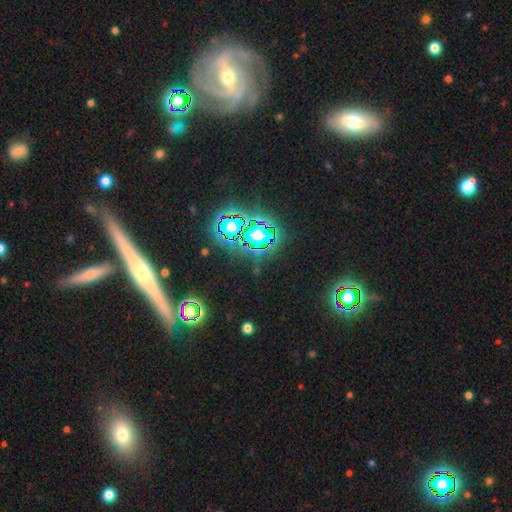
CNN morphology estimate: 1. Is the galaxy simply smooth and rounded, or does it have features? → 54% featured or disk, 28% star or artifact, 18% smooth.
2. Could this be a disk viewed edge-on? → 77% yes, 23% no.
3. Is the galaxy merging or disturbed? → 80% none, 11% minor disturbance, 5% merger, 4% major disturbance.